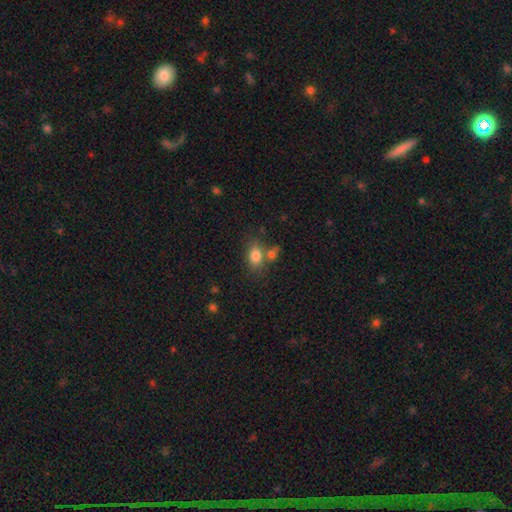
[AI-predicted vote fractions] Smooth or featured?
  - smooth: 81% *
  - featured or disk: 10%
  - star or artifact: 9%
How rounded?
  - in between: 79% *
  - round: 19%
  - cigar-shaped: 2%
Merging?
  - none: 54% *
  - merger: 27%
  - minor disturbance: 14%
  - major disturbance: 5%